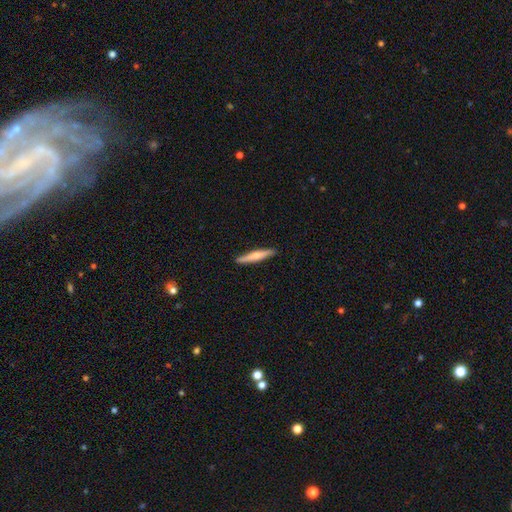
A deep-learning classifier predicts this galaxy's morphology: Overall: smooth (59%; featured or disk 35%). How rounded: cigar-shaped (93%). Merging: none (90%).